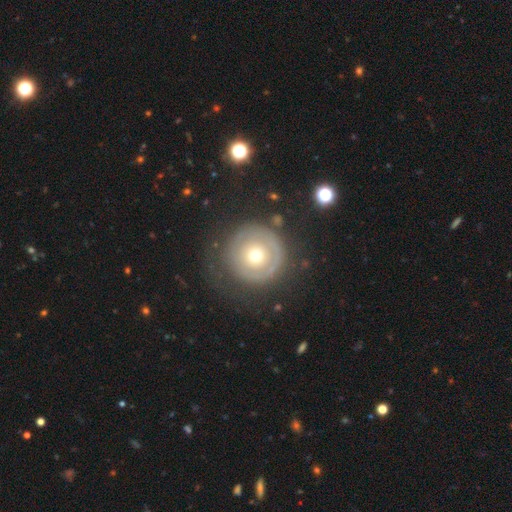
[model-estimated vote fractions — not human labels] Smooth or featured: featured or disk — 48% (smooth — 43%)
Merging: none — 67% (minor disturbance — 16%)